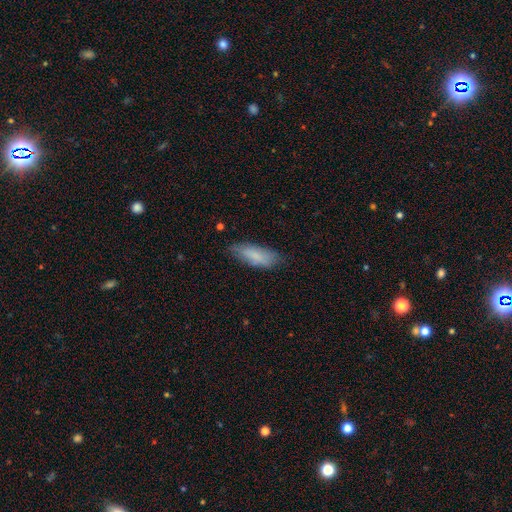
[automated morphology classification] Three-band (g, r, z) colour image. It shows a smooth galaxy with no disk features (80%) that is in between round and cigar-shaped (68%). Merging: none (72%).